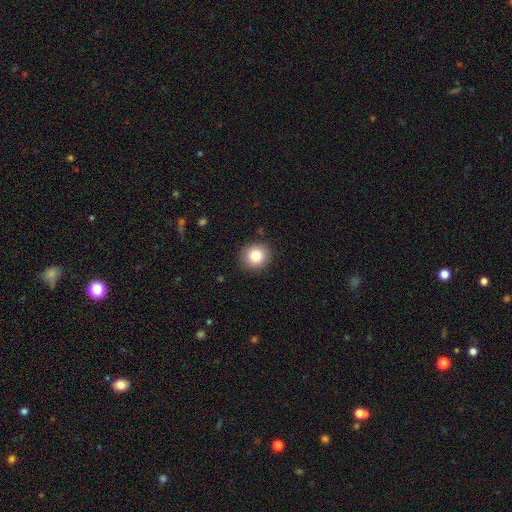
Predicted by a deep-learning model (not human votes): Smooth or featured? smooth (83%)
How rounded? round (88%)
Merging? none (90%)